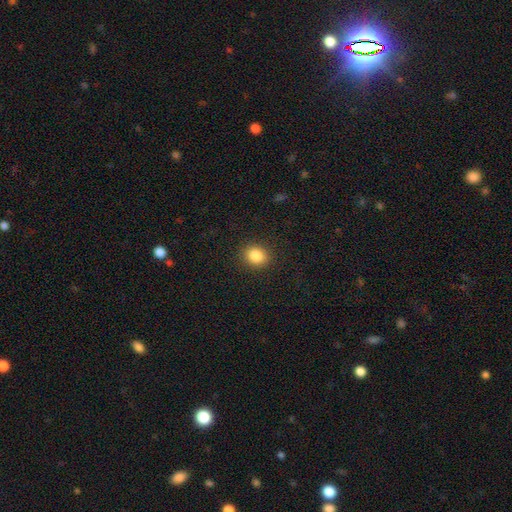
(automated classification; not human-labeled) Smooth or featured? Predicted: smooth (p=0.85). How rounded? Predicted: round (p=0.68). Merging? Predicted: none (p=0.90).